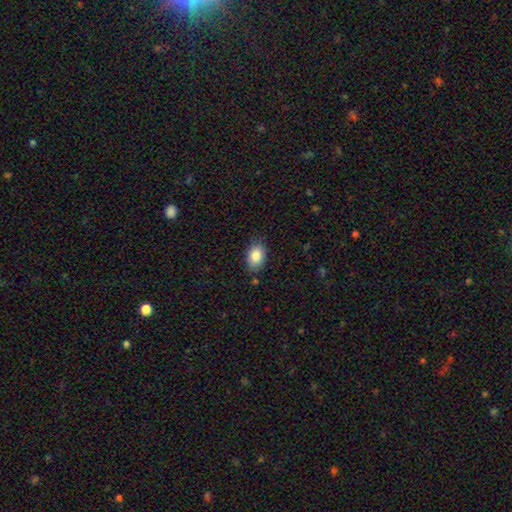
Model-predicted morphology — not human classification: A smooth galaxy with no disk features (86%) that is in between round and cigar-shaped (88%).

Vote fractions:
- Smooth or featured? smooth: 86% / star or artifact: 7% / featured or disk: 7%
- How rounded? in between: 88% / round: 11% / cigar-shaped: 1%
- Merging? none: 83% / minor disturbance: 13% / major disturbance: 3% / merger: 2%